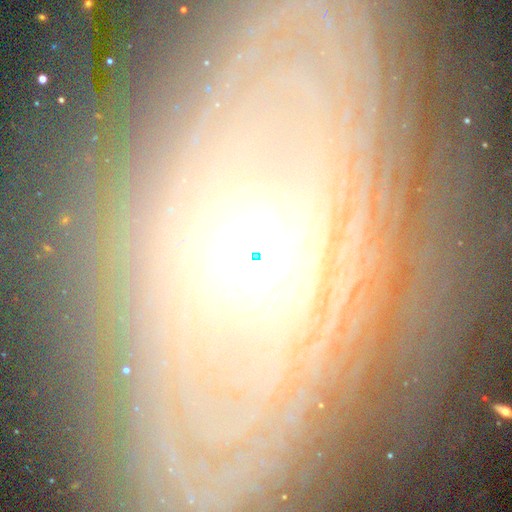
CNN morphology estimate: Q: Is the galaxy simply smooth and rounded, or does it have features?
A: featured or disk — 56%.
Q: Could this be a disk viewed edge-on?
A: no — 79%.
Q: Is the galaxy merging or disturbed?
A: none — 79%.